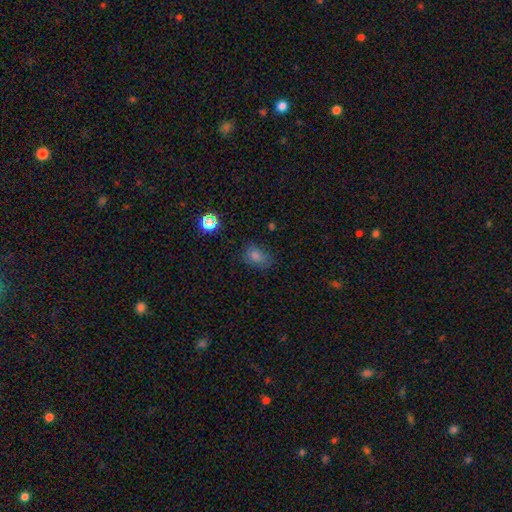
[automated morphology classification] Smooth or featured? Predicted: smooth (p=0.72). How rounded? Predicted: in between (p=0.72). Merging? Predicted: none (p=0.70).